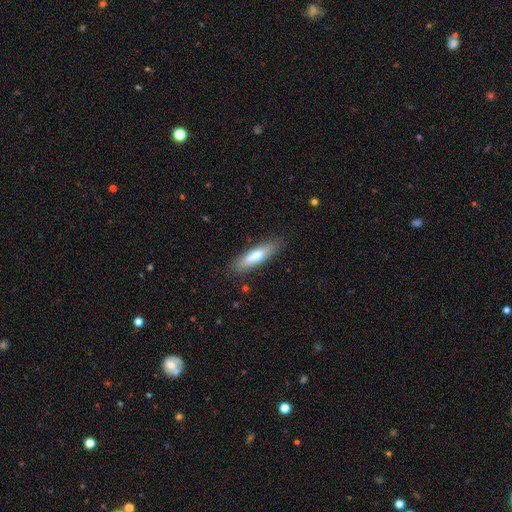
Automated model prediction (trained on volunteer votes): smooth_or_featured: smooth (p=0.69) [alt: featured or disk p=0.25]
how_rounded: cigar-shaped (p=0.66) [alt: in between p=0.32]
merging: none (p=0.83) [alt: minor disturbance p=0.13]